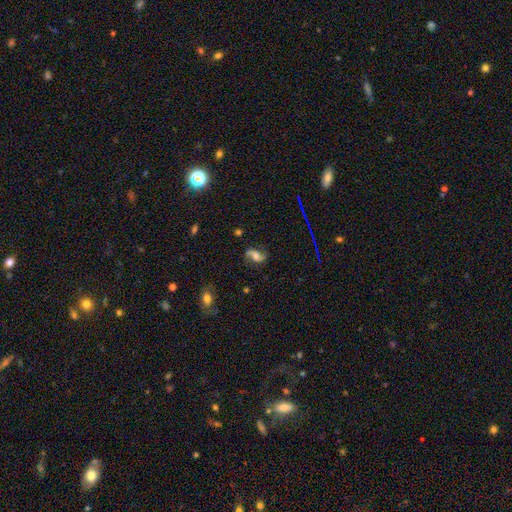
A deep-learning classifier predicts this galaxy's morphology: smooth-or-featured: featured or disk: 77% | smooth: 14% | star or artifact: 10%
  disk-edge-on: no: 96% | yes: 4%
    bar: no: 51% | weak: 33% | strong: 15%
    has-spiral-arms: yes: 95% | no: 5%
      spiral-winding: loose: 65% | medium: 27% | tight: 8%
      spiral-arm-count: 2: 92% | can't tell: 3% | 1: 2% | 3: 1% | 4: 1% | more than 4: 1%
    bulge-size: moderate: 58% | small: 25% | large: 11% | none: 5% | dominant: 2%
  merging: none: 78% | minor disturbance: 14% | major disturbance: 6% | merger: 2%